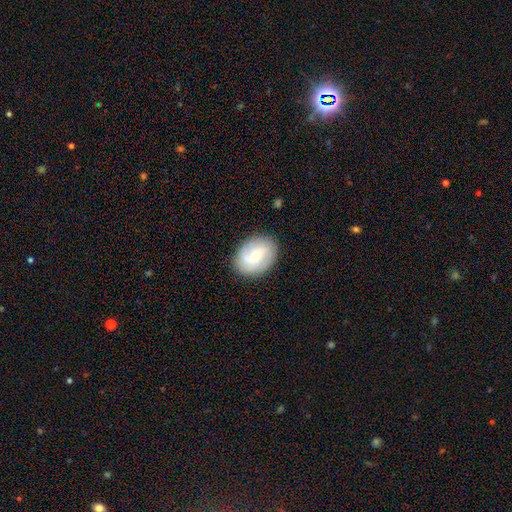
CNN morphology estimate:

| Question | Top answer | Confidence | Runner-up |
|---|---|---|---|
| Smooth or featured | featured or disk | 61% | smooth (33%) |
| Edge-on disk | no | 96% | yes (4%) |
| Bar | no | 48% | weak (42%) |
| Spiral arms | yes | 85% | no (15%) |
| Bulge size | small | 51% | moderate (45%) |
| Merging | none | 84% | minor disturbance (11%) |